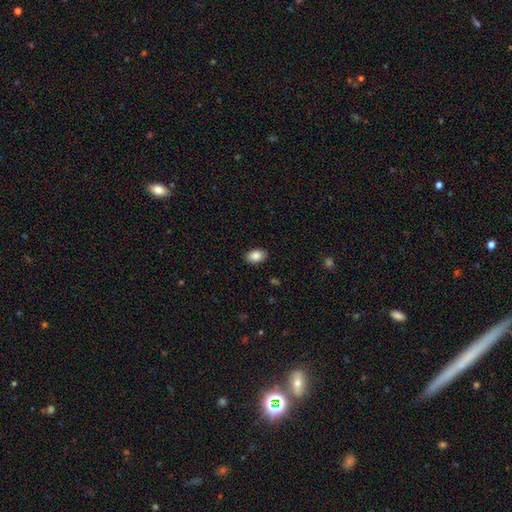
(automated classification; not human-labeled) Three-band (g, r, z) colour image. It shows a smooth galaxy with no disk features (88%) that is in between round and cigar-shaped (87%). Merging: none (89%).